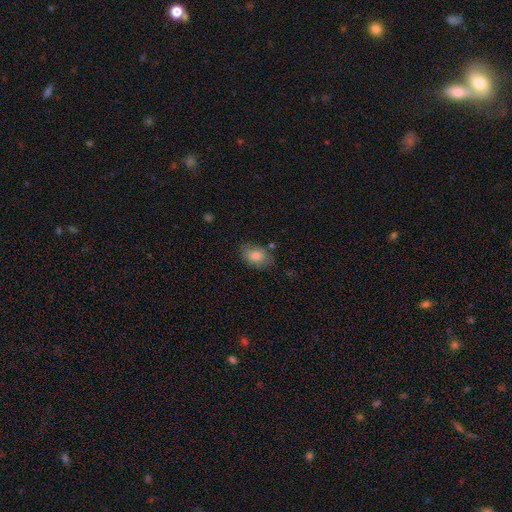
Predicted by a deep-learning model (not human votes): A smooth galaxy with no disk features (79%) that is in between round and cigar-shaped (84%). Merging: none (74%).